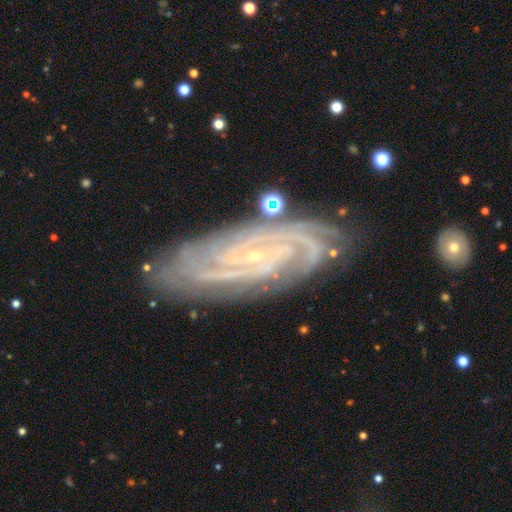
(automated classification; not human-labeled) A featured or disk galaxy (89%) with no bar (60%), 3 (22%) tight (76%) spiral arms (98%) and a small central bulge (88%).

Vote fractions:
- Smooth or featured? featured or disk: 89% / star or artifact: 6% / smooth: 4%
- Edge-on disk? no: 93% / yes: 7%
- Bar? no: 60% / weak: 28% / strong: 12%
- Spiral arms? yes: 98% / no: 2%
- Spiral winding? tight: 76% / medium: 21% / loose: 4%
- Spiral arm count? 3: 22% / 4: 21% / 2: 19% / can't tell: 18% / more than 4: 12% / 1: 8%
- Bulge size? small: 88% / moderate: 6% / none: 3% / large: 1% / dominant: 1%
- Merging? none: 79% / minor disturbance: 14% / major disturbance: 4% / merger: 3%